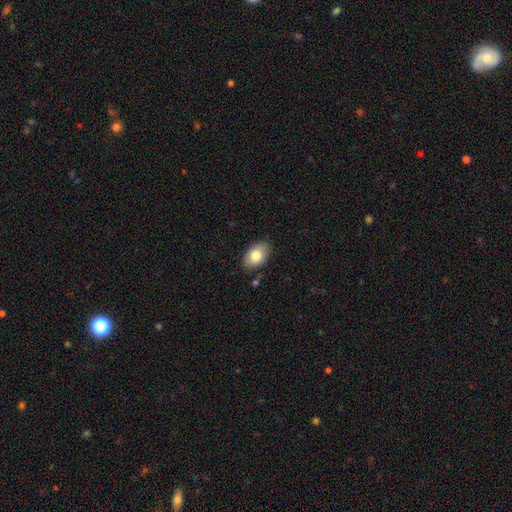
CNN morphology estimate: This is clearly a smooth galaxy (81%). How rounded: clearly in between (90%). Merging: clearly none (82%).